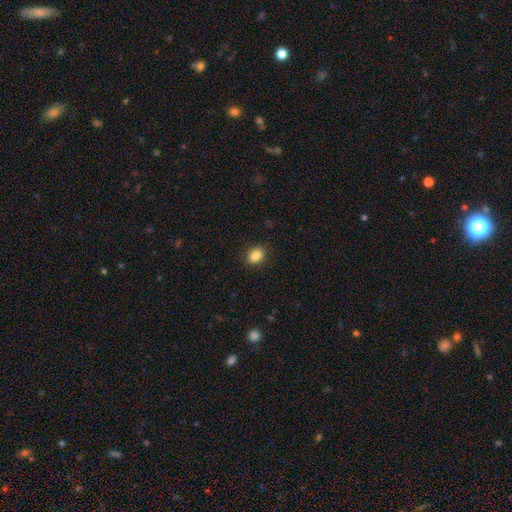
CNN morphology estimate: type=smooth (87%); roundness=in between (64%); merging=none (89%).